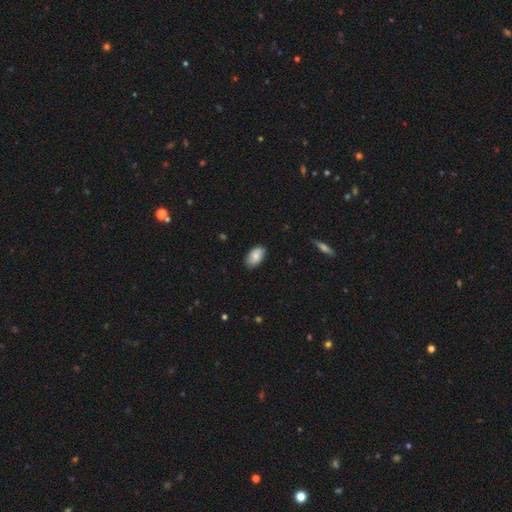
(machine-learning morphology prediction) Smooth or featured: smooth — 81% (featured or disk — 12%)
How rounded: in between — 94% (round — 4%)
Merging: none — 84% (minor disturbance — 13%)